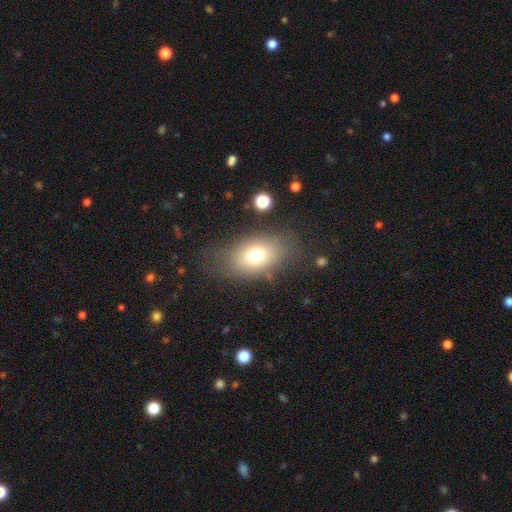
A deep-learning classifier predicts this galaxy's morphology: Smooth or featured? smooth (71%)
How rounded? in between (79%)
Merging? none (71%)